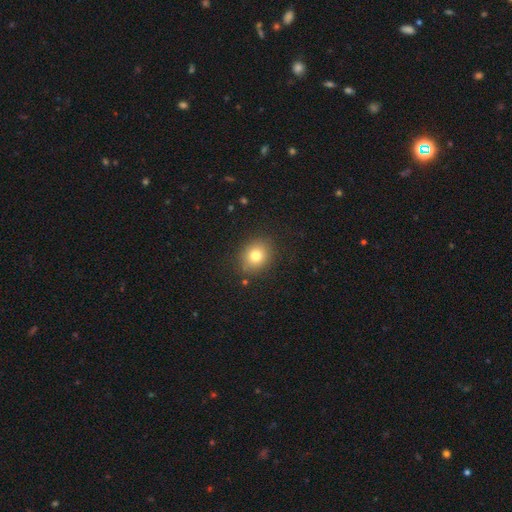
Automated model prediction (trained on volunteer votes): smooth_or_featured: smooth (p=0.77) [alt: star or artifact p=0.12]
how_rounded: round (p=0.60) [alt: in between p=0.39]
merging: none (p=0.86) [alt: minor disturbance p=0.10]